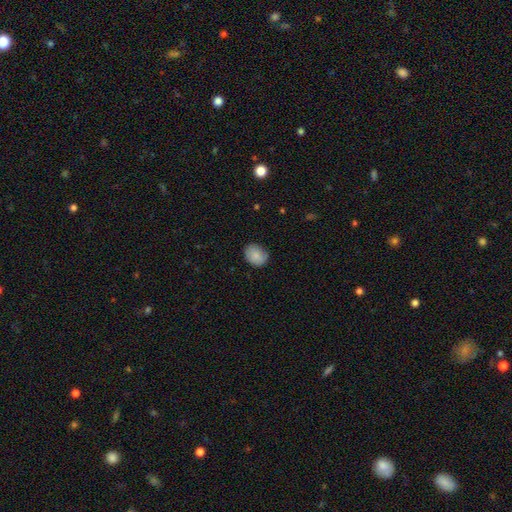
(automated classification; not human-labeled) smooth_or_featured: smooth (p=0.83) [alt: featured or disk p=0.09]
how_rounded: in between (p=0.50) [alt: round p=0.49]
merging: none (p=0.78) [alt: minor disturbance p=0.18]